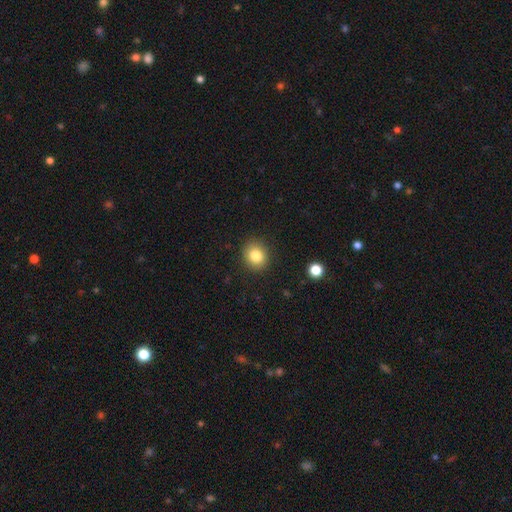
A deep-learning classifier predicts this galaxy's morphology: type=smooth (82%); roundness=round (72%); merging=none (89%).